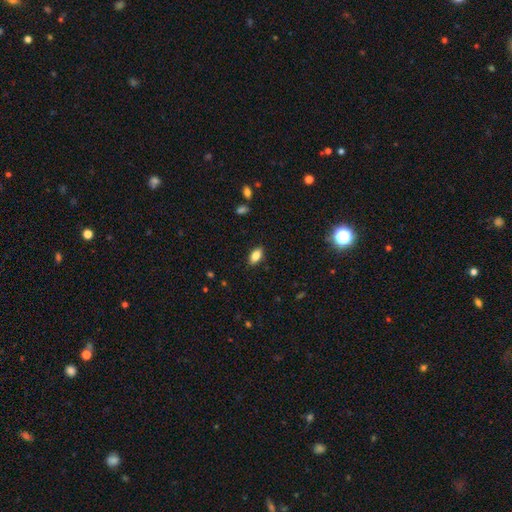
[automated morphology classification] Overall: smooth (82%). How rounded: in between (90%). Merging: none (88%).